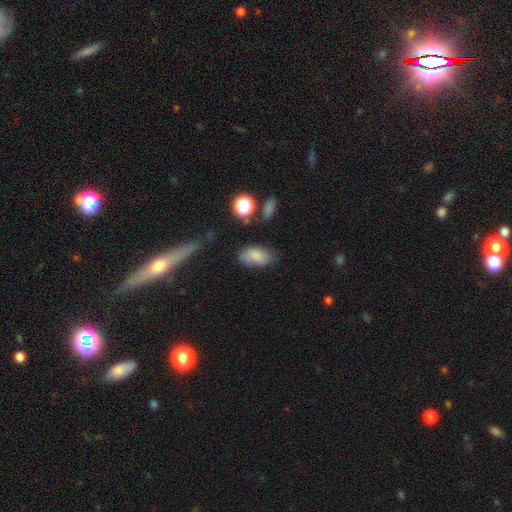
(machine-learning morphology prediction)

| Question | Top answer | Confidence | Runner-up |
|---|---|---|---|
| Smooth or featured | smooth | 79% | featured or disk (11%) |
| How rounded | in between | 92% | round (6%) |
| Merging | none | 62% | minor disturbance (26%) |